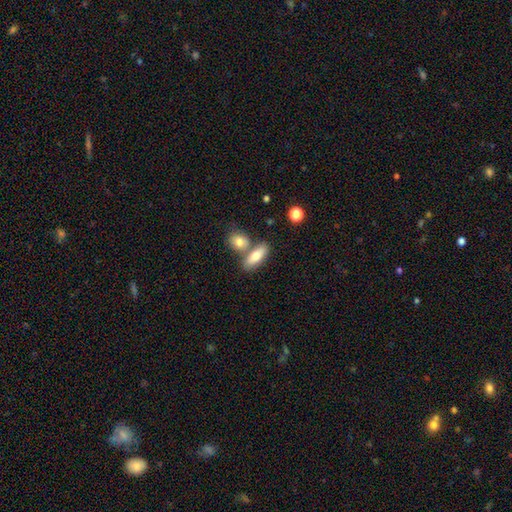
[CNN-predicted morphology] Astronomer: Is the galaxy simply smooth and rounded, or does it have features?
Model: smooth — 73%.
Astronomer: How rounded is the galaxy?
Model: in between — 69%.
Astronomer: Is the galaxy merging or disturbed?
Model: none — 52% (runner-up: merger, 34%).